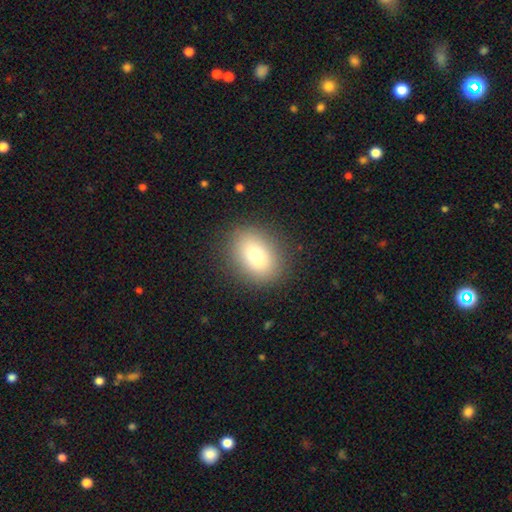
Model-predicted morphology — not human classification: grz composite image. It shows a smooth galaxy with no disk features (74%) that is in between round and cigar-shaped (62%). Merging: none (84%).